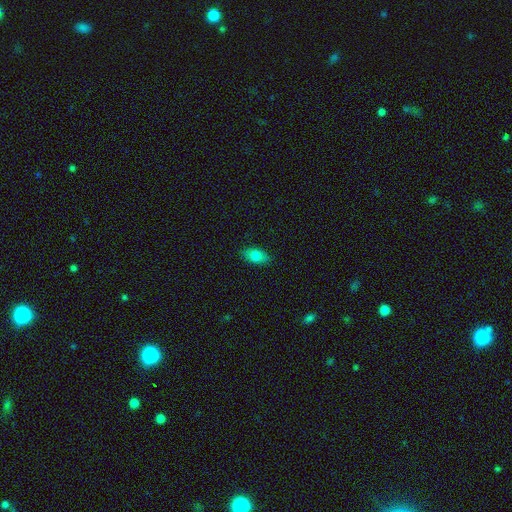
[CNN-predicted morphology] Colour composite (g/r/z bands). It shows a smooth galaxy with no disk features (79%) that is in between round and cigar-shaped (88%). Merging: none (86%).